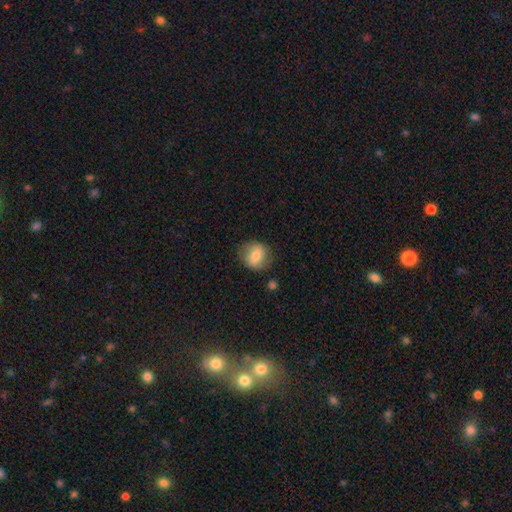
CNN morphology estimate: A smooth galaxy with no disk features (72%) that is round (72%). Merging: none (76%).